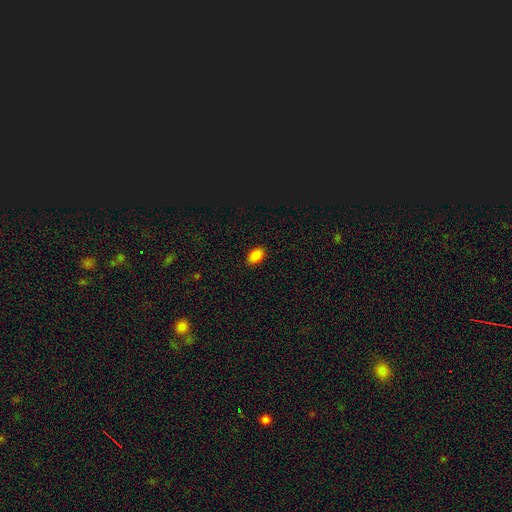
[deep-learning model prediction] Smooth or featured? Predicted: smooth (p=0.86). How rounded? Predicted: in between (p=0.90). Merging? Predicted: none (p=0.89).